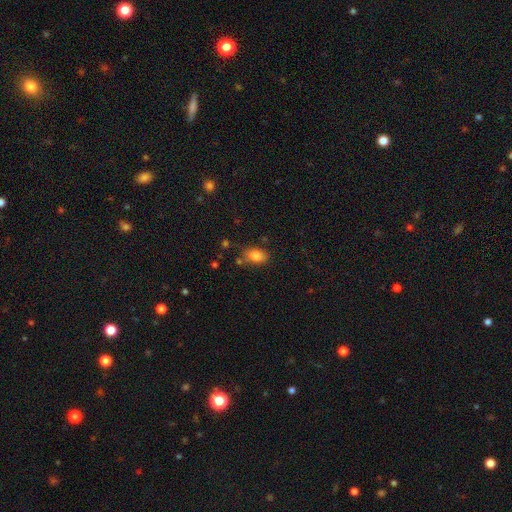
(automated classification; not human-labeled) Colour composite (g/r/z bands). It shows a smooth galaxy with no disk features (84%) that is in between round and cigar-shaped (82%). Merging: none (74%).